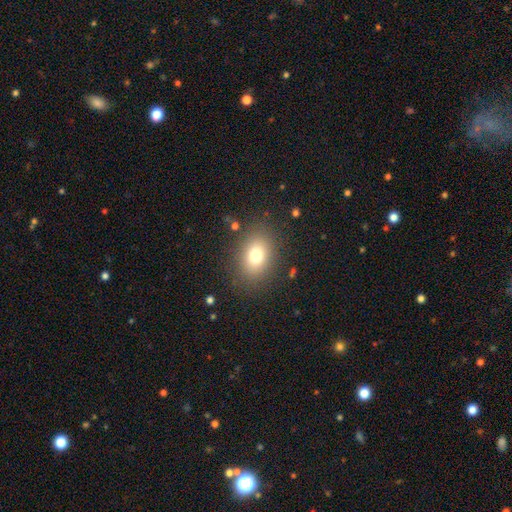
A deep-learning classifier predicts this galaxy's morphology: The model was most divided on "how rounded": in between: 67%, round: 31%, cigar-shaped: 1%. More confident: merging — none (85%); smooth or featured — smooth (77%).